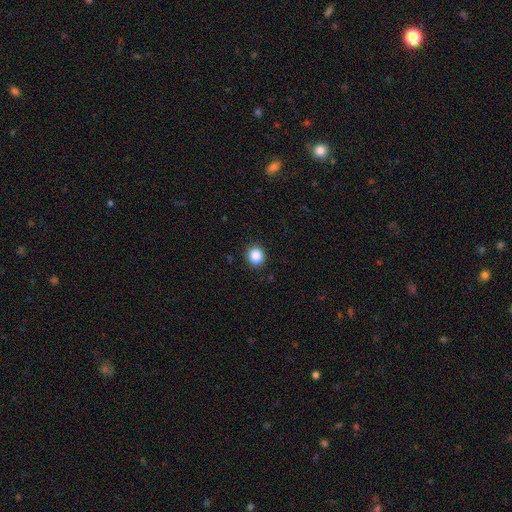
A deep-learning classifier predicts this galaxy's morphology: Overall: smooth (87%). How rounded: round (84%). Merging: none (90%).